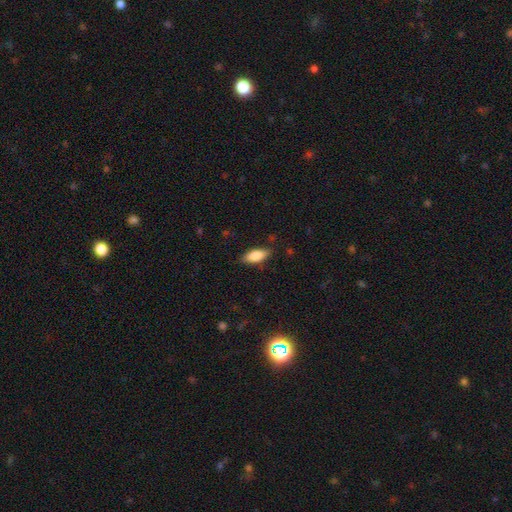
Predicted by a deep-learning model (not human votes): Morphology: type=smooth (81%); roundness=in between (81%); merging=none (82%).